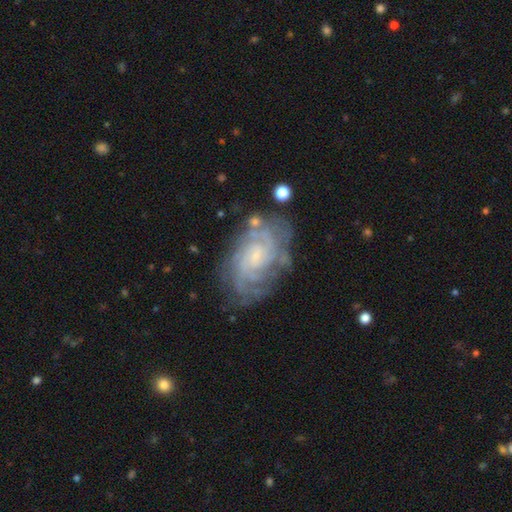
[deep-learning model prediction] Smooth or featured?
  - featured or disk: 84% *
  - smooth: 9%
  - star or artifact: 7%
Edge-on disk?
  - no: 97% *
  - yes: 3%
Bar?
  - no: 66% *
  - weak: 29%
  - strong: 5%
Spiral arms?
  - yes: 96% *
  - no: 4%
Spiral winding?
  - tight: 70% *
  - medium: 25%
  - loose: 5%
Spiral arm count?
  - can't tell: 35% *
  - 2: 20%
  - 3: 17%
  - 4: 15%
  - more than 4: 8%
  - 1: 6%
Bulge size?
  - small: 70% *
  - moderate: 17%
  - none: 10%
  - large: 2%
  - dominant: 1%
Merging?
  - none: 72% *
  - minor disturbance: 18%
  - major disturbance: 7%
  - merger: 3%